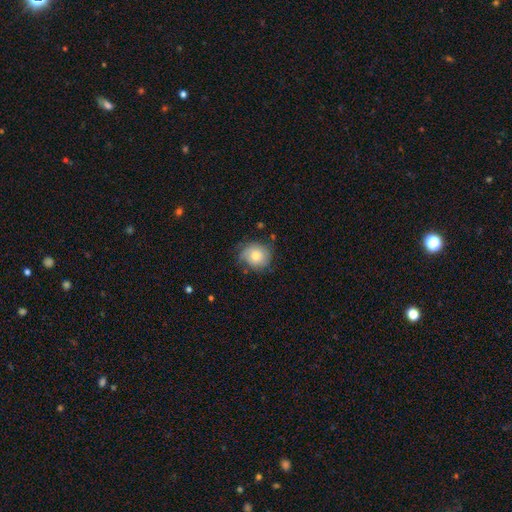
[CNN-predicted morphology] A smooth galaxy with no disk features (63%) that is round (76%).

Vote fractions:
- Smooth or featured? smooth: 63% / featured or disk: 29% / star or artifact: 8%
- How rounded? round: 76% / in between: 23% / cigar-shaped: 1%
- Merging? none: 65% / minor disturbance: 26% / major disturbance: 8% / merger: 2%